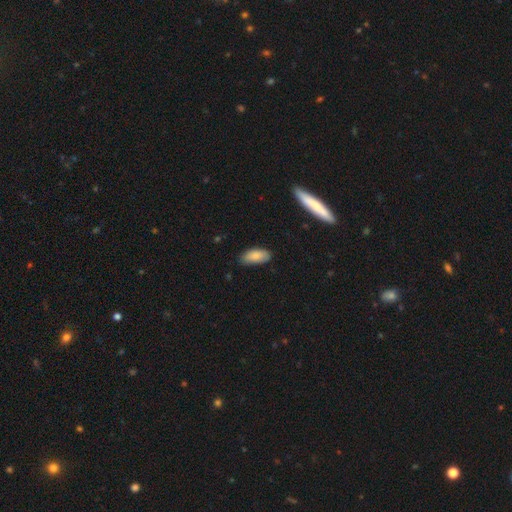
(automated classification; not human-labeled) Smooth or featured? Predicted: smooth (p=0.84). How rounded? Predicted: in between (p=0.87). Merging? Predicted: none (p=0.77).